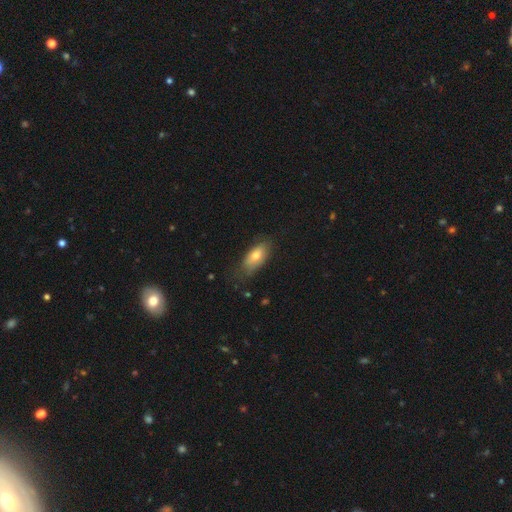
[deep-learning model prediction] smooth_or_featured: smooth (p=0.73) [alt: featured or disk p=0.20]
how_rounded: in between (p=0.85) [alt: cigar-shaped p=0.12]
merging: none (p=0.66) [alt: minor disturbance p=0.25]